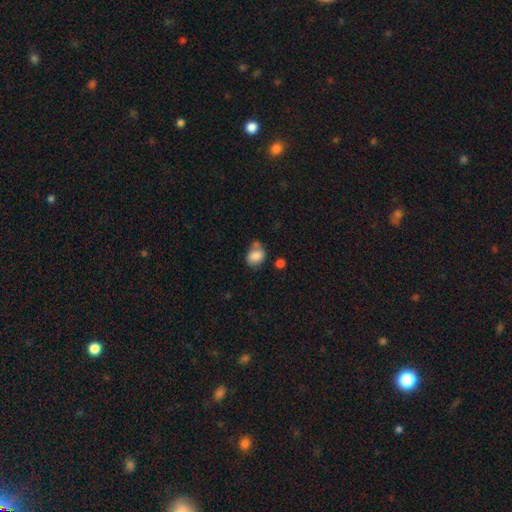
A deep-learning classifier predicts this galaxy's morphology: Smooth or featured?
  - smooth: 79% *
  - featured or disk: 12%
  - star or artifact: 9%
How rounded?
  - in between: 57% *
  - round: 42%
  - cigar-shaped: 1%
Merging?
  - none: 43% *
  - minor disturbance: 28%
  - merger: 17%
  - major disturbance: 12%